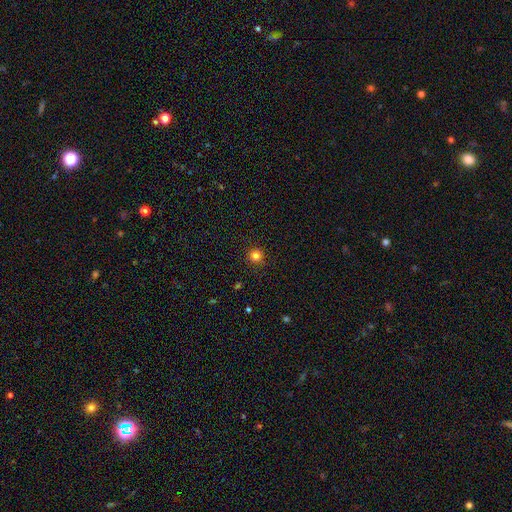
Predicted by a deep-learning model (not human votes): Overall: smooth (81%). How rounded: round (95%). Merging: none (91%).